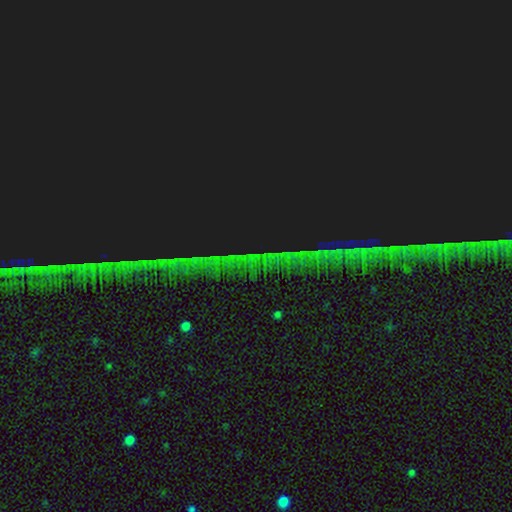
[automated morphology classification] smooth-or-featured: star or artifact: 85% | featured or disk: 8% | smooth: 7%